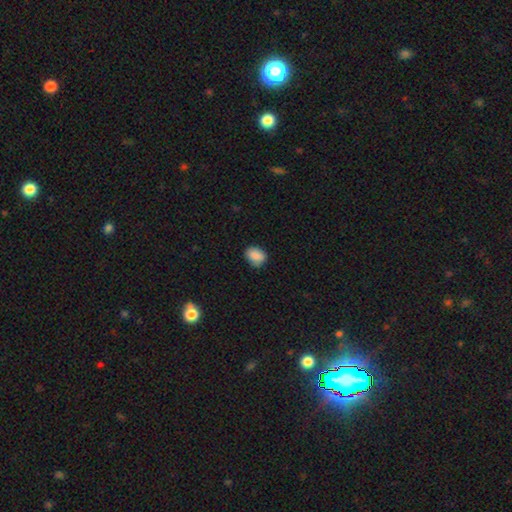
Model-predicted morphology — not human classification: This is clearly a smooth galaxy (87%). How rounded: possibly in between (60%). Merging: likely none (76%).